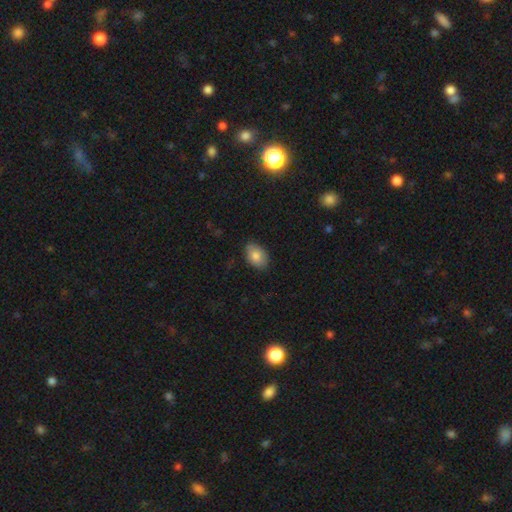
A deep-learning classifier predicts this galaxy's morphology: Overall: smooth (83%). How rounded: in between (85%). Merging: none (81%).